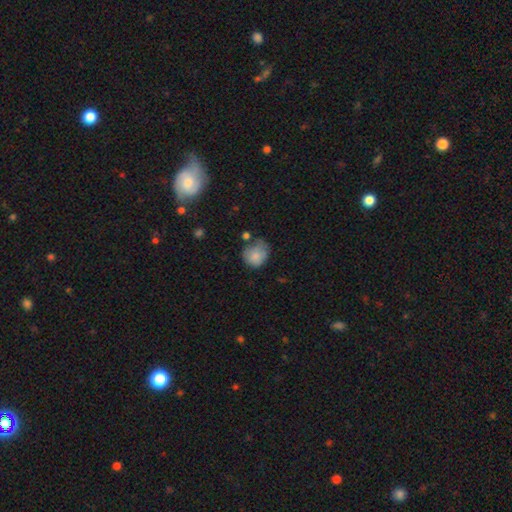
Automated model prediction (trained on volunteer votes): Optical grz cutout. It shows a smooth galaxy with no disk features (82%) that is round (73%). Merging: none (47%).